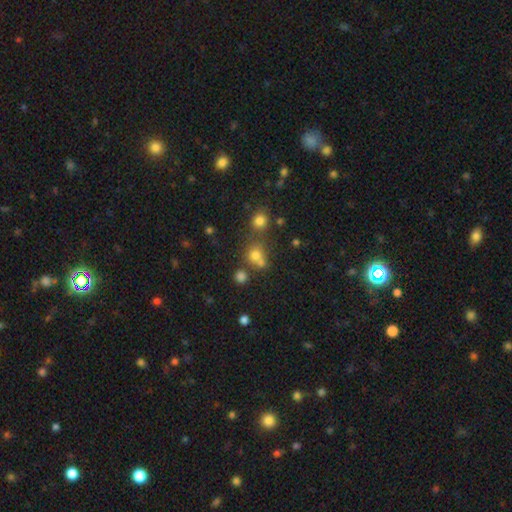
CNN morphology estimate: Smooth or featured: smooth — 68% (star or artifact — 21%)
How rounded: round — 81% (in between — 18%)
Merging: none — 51% (merger — 35%)